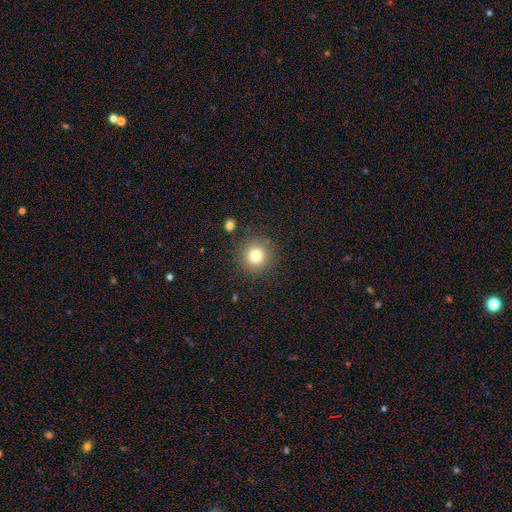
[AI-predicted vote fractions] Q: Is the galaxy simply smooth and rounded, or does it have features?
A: smooth — 80%.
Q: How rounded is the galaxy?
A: round — 95%.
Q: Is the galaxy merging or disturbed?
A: none — 88%.